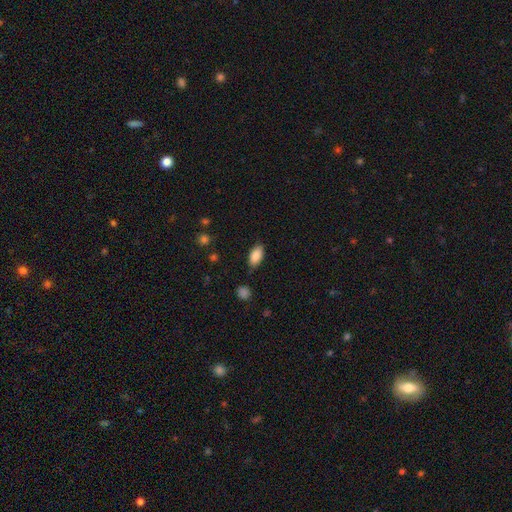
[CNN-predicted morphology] Smooth or featured?
  - smooth: 86% *
  - star or artifact: 7%
  - featured or disk: 6%
How rounded?
  - in between: 92% *
  - cigar-shaped: 5%
  - round: 3%
Merging?
  - none: 78% *
  - minor disturbance: 16%
  - major disturbance: 3%
  - merger: 2%